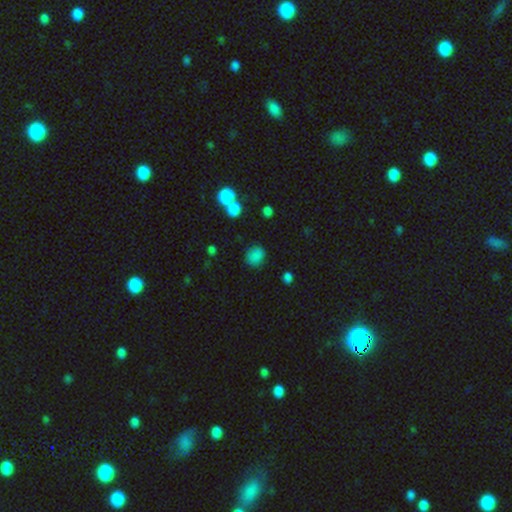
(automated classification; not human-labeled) A smooth galaxy with no disk features (82%) that is round (68%). Merging: none (78%).